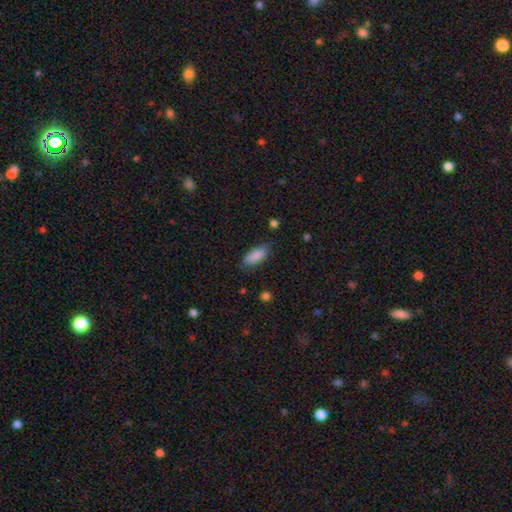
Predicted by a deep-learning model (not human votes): The model was most divided on "merging": none: 75%, minor disturbance: 20%, major disturbance: 4%, merger: 2%. More confident: smooth or featured — smooth (88%); how rounded — in between (85%).